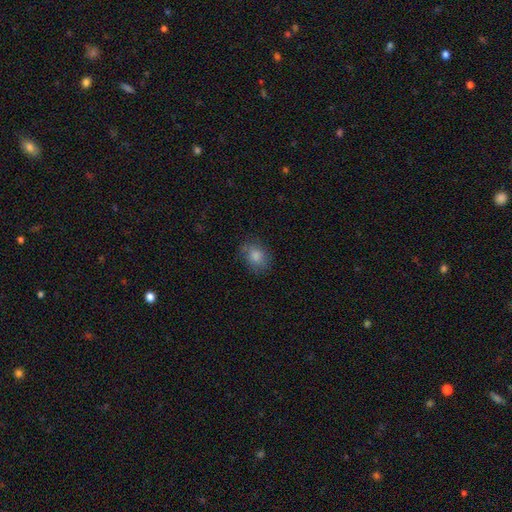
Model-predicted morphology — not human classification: A smooth galaxy with no disk features (83%) that is round (56%). Merging: none (74%).